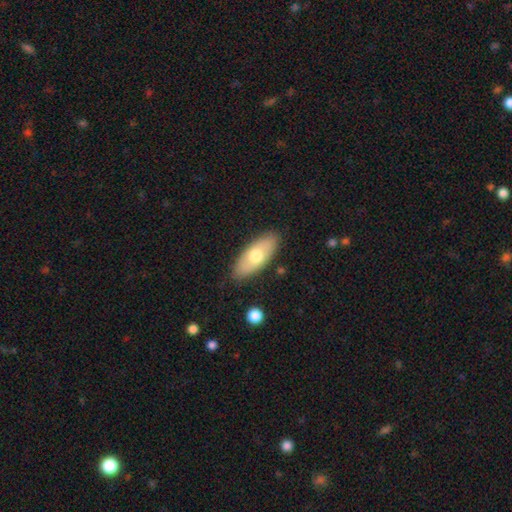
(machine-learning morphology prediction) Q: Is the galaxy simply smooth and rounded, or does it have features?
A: smooth — 64%.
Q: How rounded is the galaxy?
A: in between — 80%.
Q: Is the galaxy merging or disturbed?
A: none — 86%.